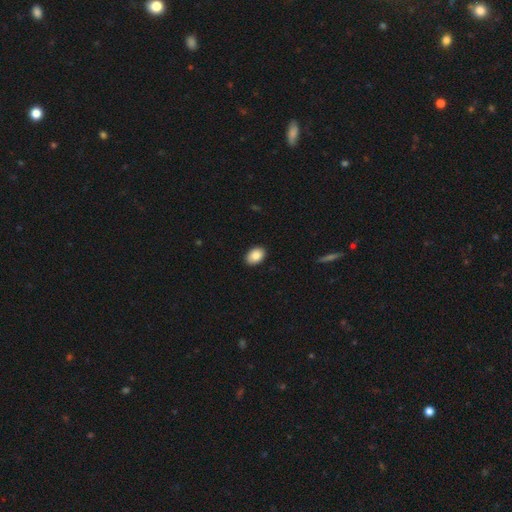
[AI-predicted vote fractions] smooth-or-featured: smooth: 88% | star or artifact: 7% | featured or disk: 5%
  how-rounded: in between: 83% | round: 16% | cigar-shaped: 1%
  merging: none: 89% | minor disturbance: 8% | major disturbance: 2% | merger: 1%